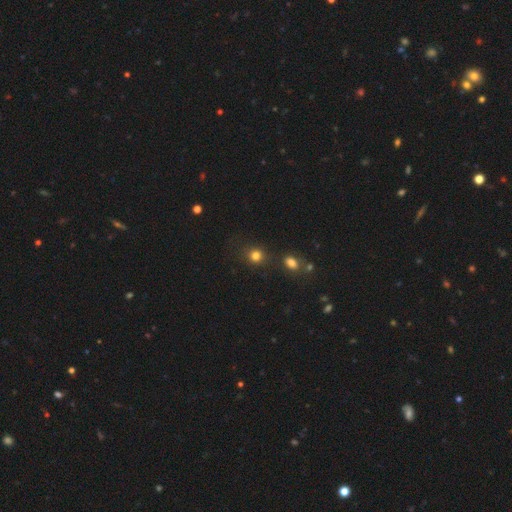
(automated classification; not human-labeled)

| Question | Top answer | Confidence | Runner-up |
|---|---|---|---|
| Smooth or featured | smooth | 79% | star or artifact (15%) |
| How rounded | round | 83% | in between (16%) |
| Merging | none | 79% | minor disturbance (10%) |